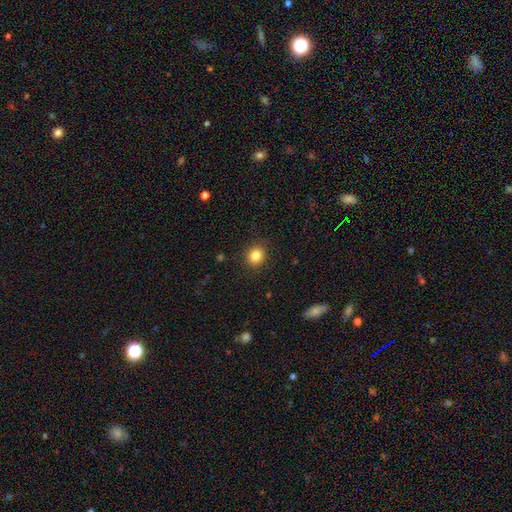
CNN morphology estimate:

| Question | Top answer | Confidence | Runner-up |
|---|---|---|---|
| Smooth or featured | smooth | 84% | star or artifact (11%) |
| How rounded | round | 75% | in between (24%) |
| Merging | none | 89% | minor disturbance (7%) |